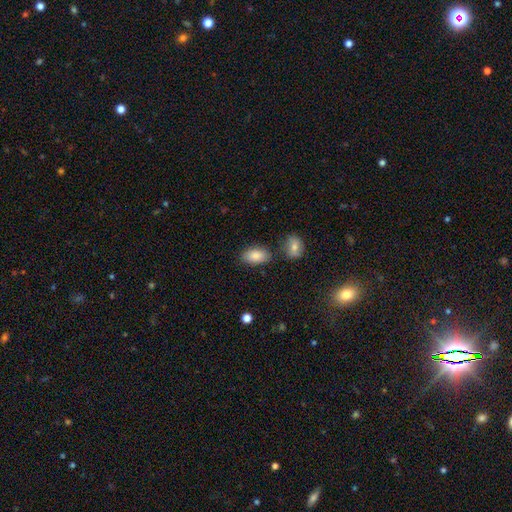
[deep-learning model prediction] Morphology: type=smooth (87%); roundness=in between (92%); merging=none (77%).